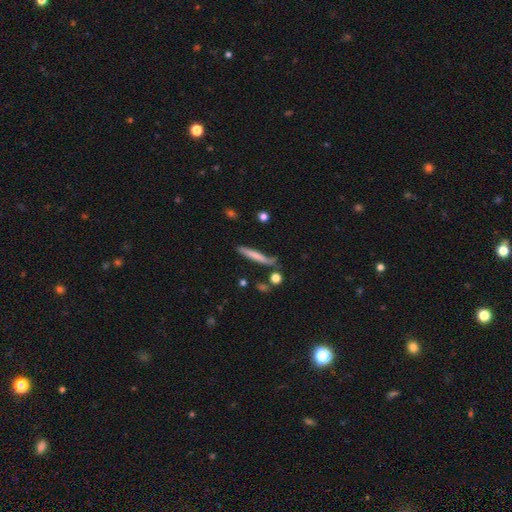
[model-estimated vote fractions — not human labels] Smooth or featured: smooth — 66% (featured or disk — 27%)
How rounded: cigar-shaped — 93% (in between — 6%)
Merging: none — 70% (minor disturbance — 19%)